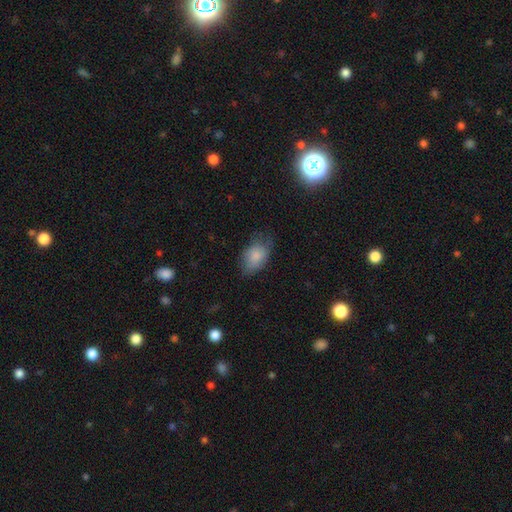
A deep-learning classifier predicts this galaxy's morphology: The model was most divided on "merging": none: 60%, minor disturbance: 29%, major disturbance: 9%, merger: 1%. More confident: how rounded — in between (89%); smooth or featured — smooth (83%).